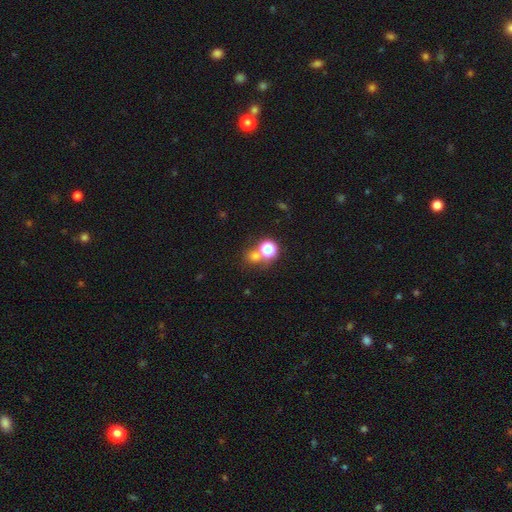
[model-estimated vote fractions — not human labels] A smooth galaxy with no disk features (65%) that is round (83%).

Vote fractions:
- Smooth or featured? smooth: 65% / star or artifact: 27% / featured or disk: 8%
- How rounded? round: 83% / in between: 16% / cigar-shaped: 1%
- Merging? none: 57% / merger: 31% / minor disturbance: 8% / major disturbance: 4%